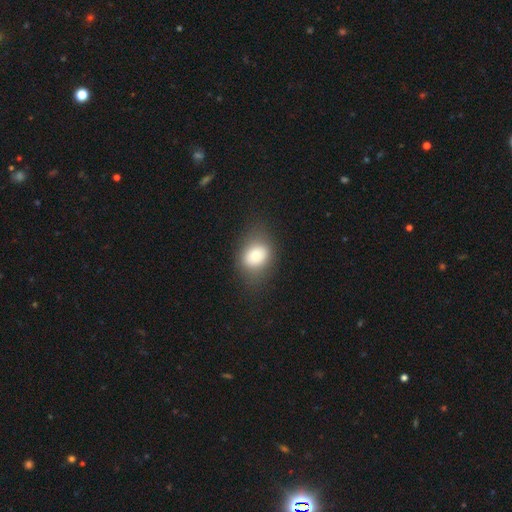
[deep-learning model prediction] A smooth galaxy with no disk features (78%) that is in between round and cigar-shaped (63%). Merging: none (69%).